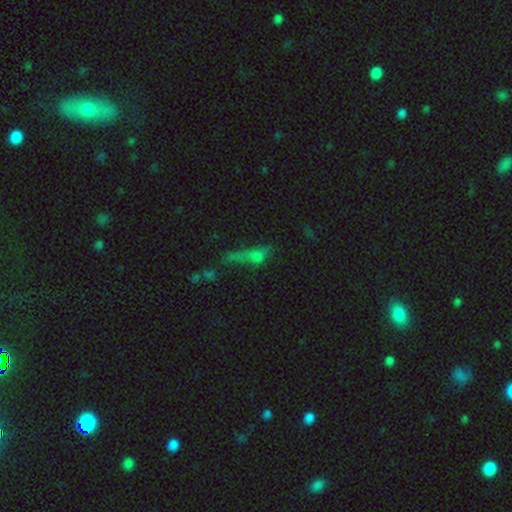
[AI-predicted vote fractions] smooth_or_featured: smooth (p=0.42) [alt: star or artifact p=0.31]
merging: none (p=0.36) [alt: major disturbance p=0.27]